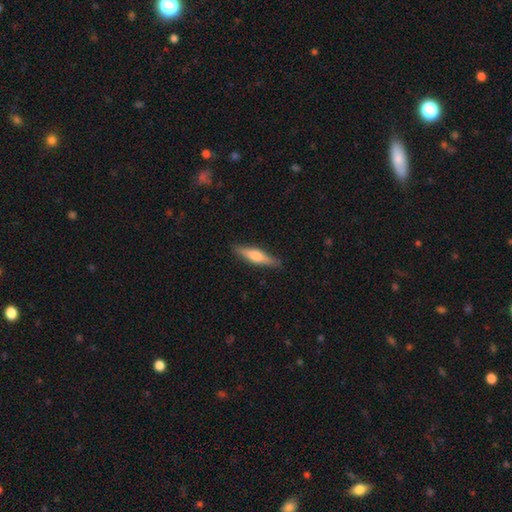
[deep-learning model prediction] Morphology: type=smooth (49%); merging=none (88%).